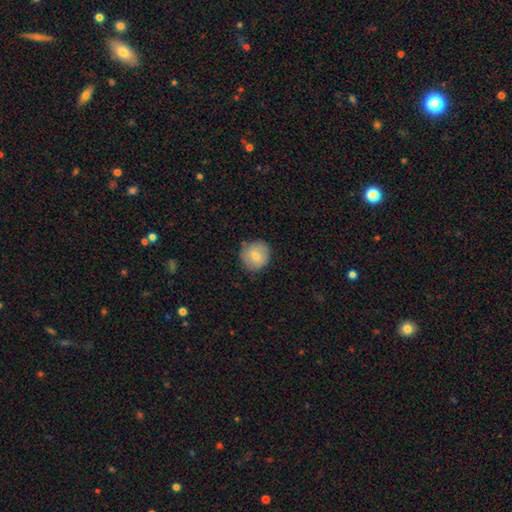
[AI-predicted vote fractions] Morphology: type=smooth (75%); roundness=round (89%); merging=none (81%).